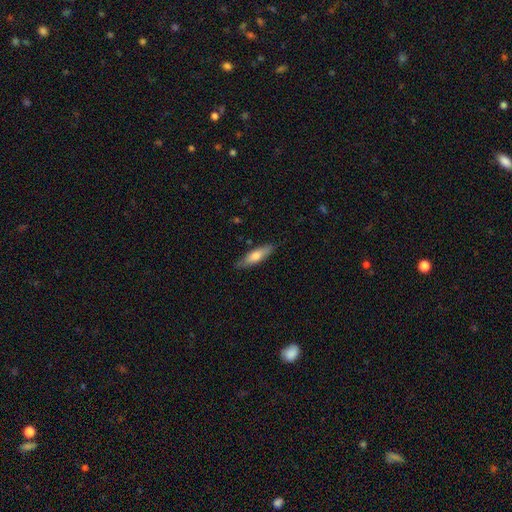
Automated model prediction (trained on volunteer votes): This appears to be a smooth galaxy with no disk features (69%) that is cigar-shaped (60%). Merging: none (83%).